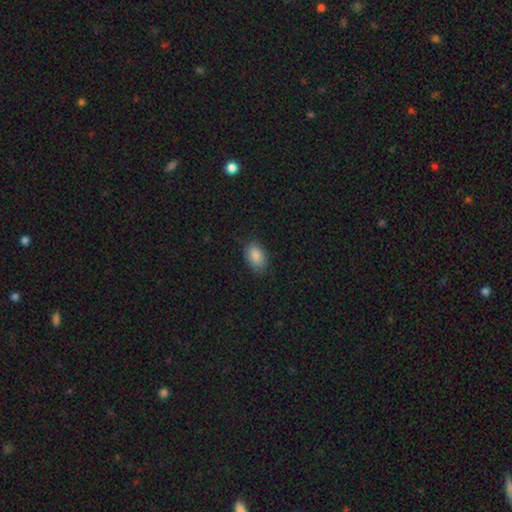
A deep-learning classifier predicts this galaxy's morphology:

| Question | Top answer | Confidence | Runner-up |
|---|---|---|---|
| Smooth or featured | smooth | 87% | star or artifact (8%) |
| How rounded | in between | 88% | round (10%) |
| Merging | none | 83% | minor disturbance (13%) |